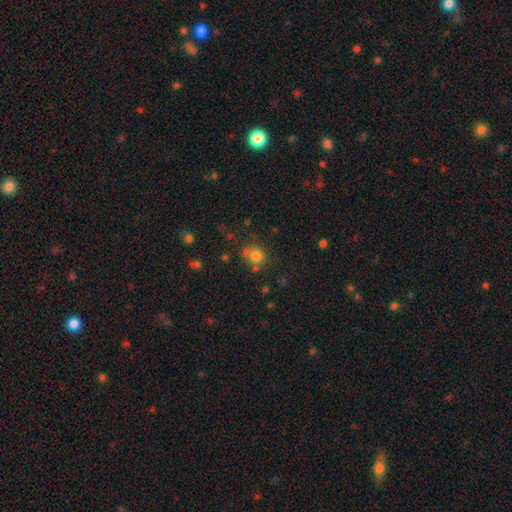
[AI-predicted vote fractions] smooth_or_featured: smooth (p=0.78) [alt: star or artifact p=0.14]
how_rounded: round (p=0.83) [alt: in between p=0.17]
merging: none (p=0.64) [alt: minor disturbance p=0.17]